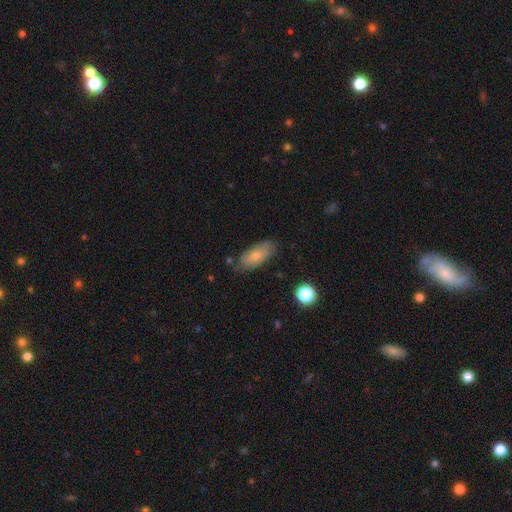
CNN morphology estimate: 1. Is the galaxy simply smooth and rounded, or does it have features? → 58% smooth, 34% featured or disk, 8% star or artifact.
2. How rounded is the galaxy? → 84% in between, 12% cigar-shaped, 3% round.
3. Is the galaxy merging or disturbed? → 75% none, 19% minor disturbance, 4% major disturbance, 2% merger.